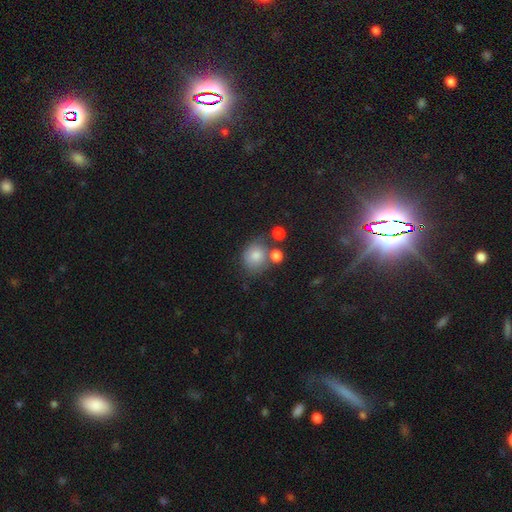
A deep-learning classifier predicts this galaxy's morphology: Overall: smooth (80%). How rounded: round (73%). Merging: none (57%; merger 20%).